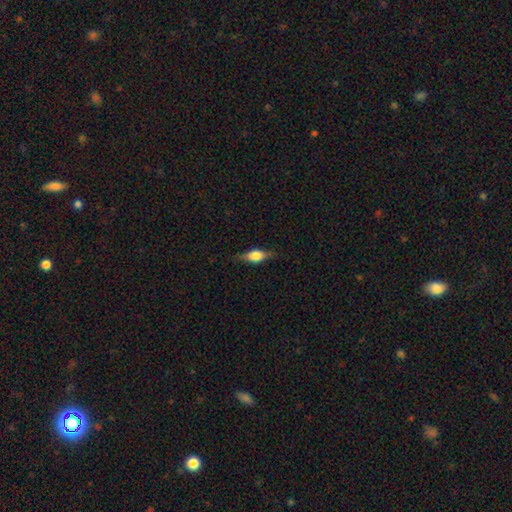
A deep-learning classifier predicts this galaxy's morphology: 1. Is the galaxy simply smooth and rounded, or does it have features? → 49% featured or disk, 43% smooth, 8% star or artifact.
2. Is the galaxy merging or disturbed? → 81% none, 14% minor disturbance, 3% major disturbance, 1% merger.